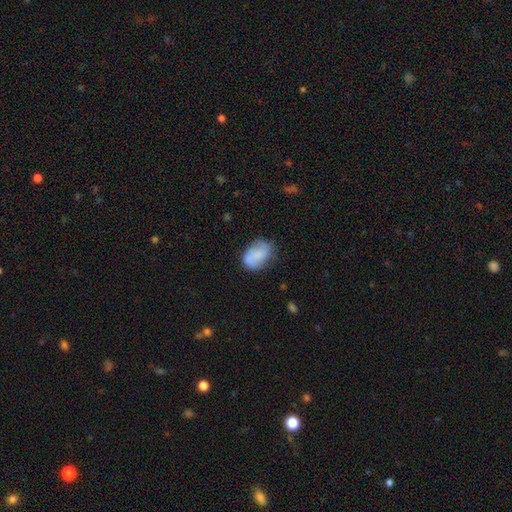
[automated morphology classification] Q: Smooth or featured?
A: smooth (72%); runner-up: featured or disk (21%)
Q: How rounded?
A: in between (83%); runner-up: round (16%)
Q: Merging?
A: none (59%); runner-up: minor disturbance (29%)